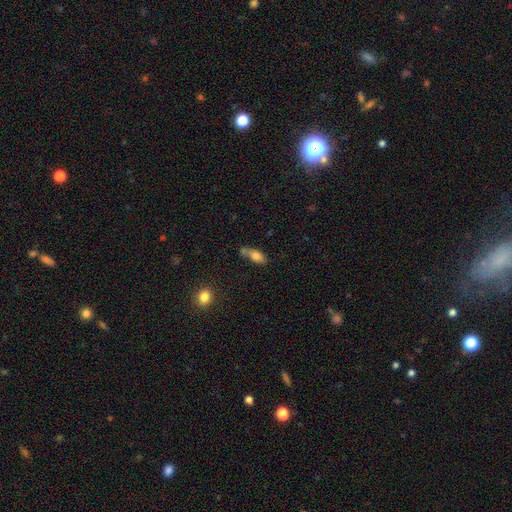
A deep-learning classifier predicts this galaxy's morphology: Q: Smooth or featured?
A: smooth (78%); runner-up: featured or disk (13%)
Q: How rounded?
A: in between (83%); runner-up: cigar-shaped (11%)
Q: Merging?
A: none (41%); runner-up: merger (29%)